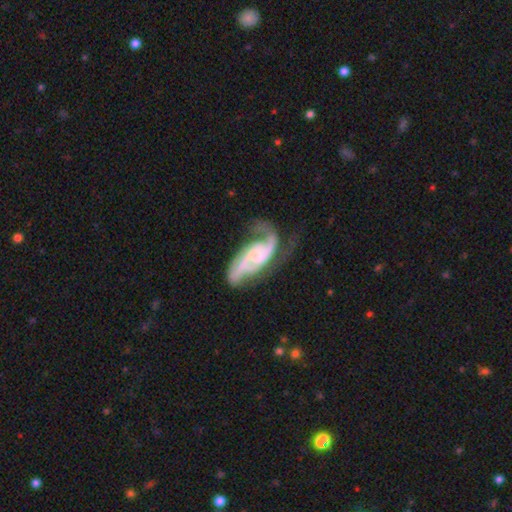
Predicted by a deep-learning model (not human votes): Morphology: type=featured or disk (88%); edge-on=no (96%); bar=no (43%); spiral arms=yes (97%); winding=medium (51%); arm count=2 (73%); bulge=small (40%); merging=none (51%).